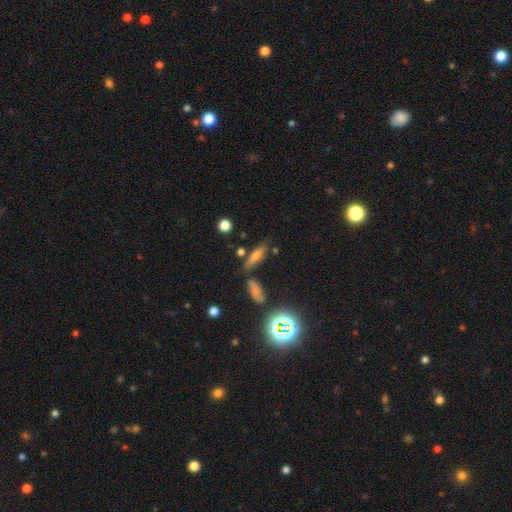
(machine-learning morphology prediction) A smooth galaxy with no disk features (58%) that is cigar-shaped (60%). Merging: none (66%).